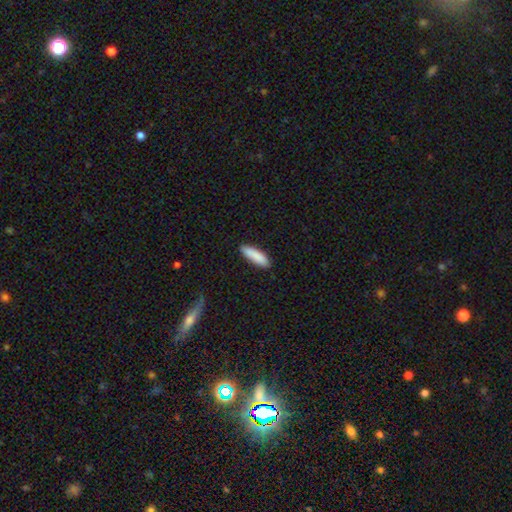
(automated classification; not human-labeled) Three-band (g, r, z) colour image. It shows a smooth galaxy with no disk features (89%) that is cigar-shaped (58%). Merging: none (87%).